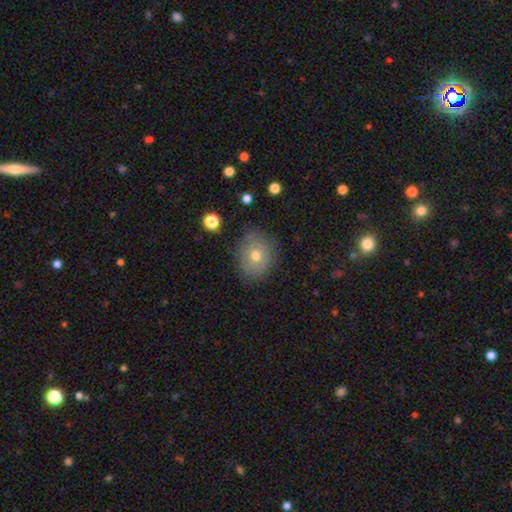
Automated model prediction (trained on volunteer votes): smooth_or_featured: smooth (p=0.63) [alt: featured or disk p=0.25]
how_rounded: round (p=0.66) [alt: in between p=0.33]
merging: none (p=0.78) [alt: minor disturbance p=0.16]